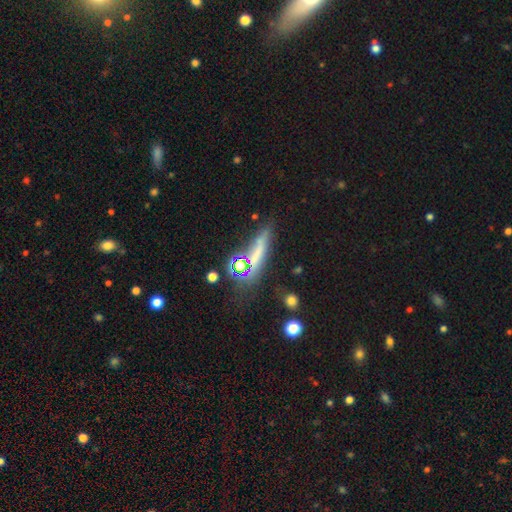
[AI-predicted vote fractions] This is possibly a smooth galaxy (52%). How rounded: likely cigar-shaped (71%). Merging: likely none (67%).